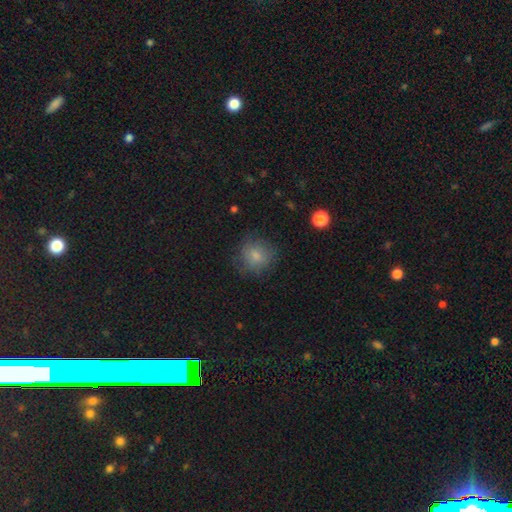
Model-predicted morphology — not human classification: Smooth or featured? Predicted: smooth (p=0.76). How rounded? Predicted: round (p=0.86). Merging? Predicted: none (p=0.74).